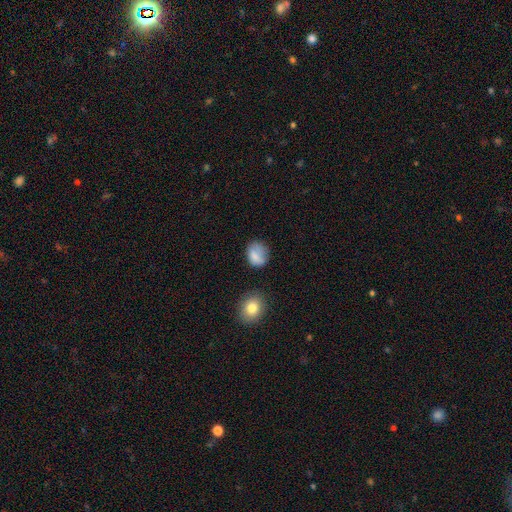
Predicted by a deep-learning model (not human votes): This is clearly a smooth galaxy (81%). How rounded: possibly in between (53%). Merging: likely none (64%).